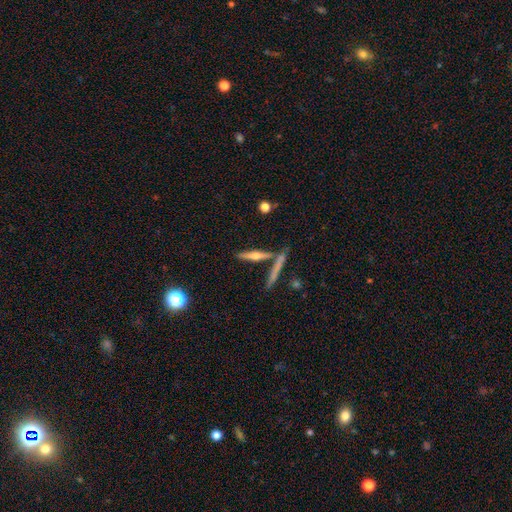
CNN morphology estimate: type=featured or disk (63%); edge-on=yes (96%); edge-on bulge=rounded (84%); merging=none (74%).